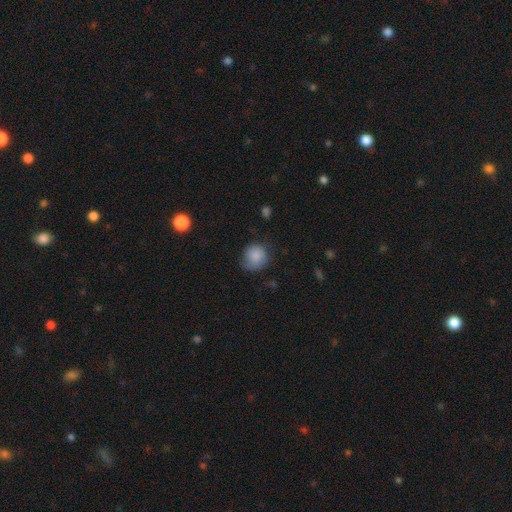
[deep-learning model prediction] smooth 82%, featured or disk 10%, star or artifact 8%. Down the decision tree: how rounded — round (86%); merging — none (60%).